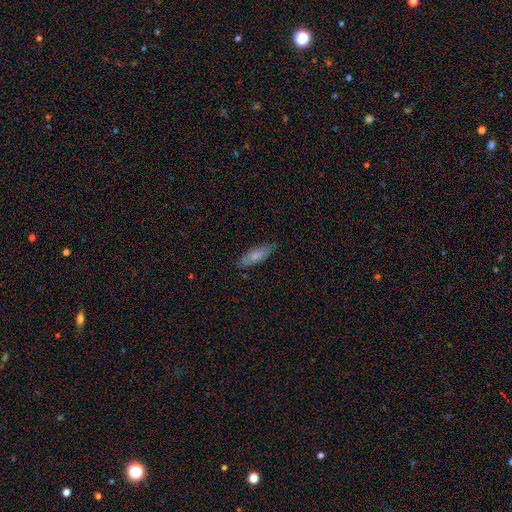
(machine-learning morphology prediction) This appears to be a smooth galaxy with no disk features (74%) that is in between round and cigar-shaped (54%). Merging: none (83%).